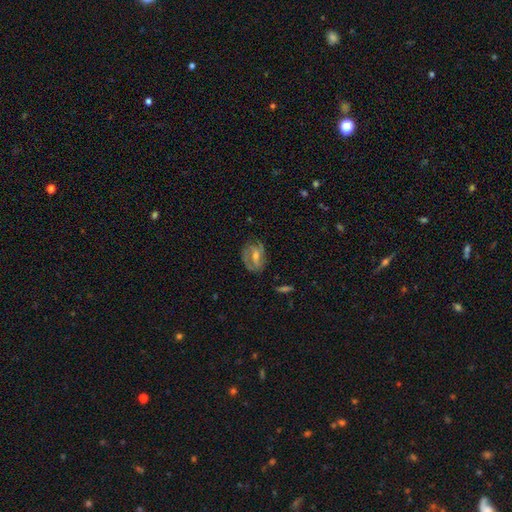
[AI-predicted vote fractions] Q: Smooth or featured?
A: featured or disk (70%); runner-up: smooth (20%)
Q: Edge-on disk?
A: no (95%); runner-up: yes (5%)
Q: Bar?
A: weak (45%); runner-up: no (28%)
Q: Spiral arms?
A: yes (81%); runner-up: no (19%)
Q: Spiral winding?
A: tight (44%); runner-up: medium (41%)
Q: Spiral arm count?
A: 2 (62%); runner-up: can't tell (22%)
Q: Bulge size?
A: moderate (55%); runner-up: small (37%)
Q: Merging?
A: none (73%); runner-up: minor disturbance (18%)